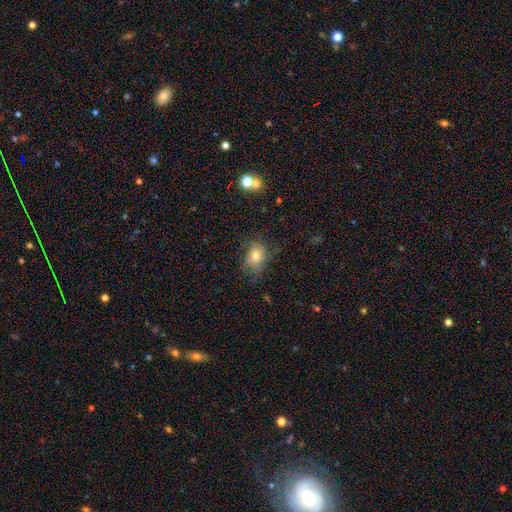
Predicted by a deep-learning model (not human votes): smooth-or-featured: smooth: 71% | featured or disk: 17% | star or artifact: 11%
  how-rounded: in between: 68% | round: 31% | cigar-shaped: 1%
  merging: none: 64% | minor disturbance: 24% | major disturbance: 10% | merger: 2%